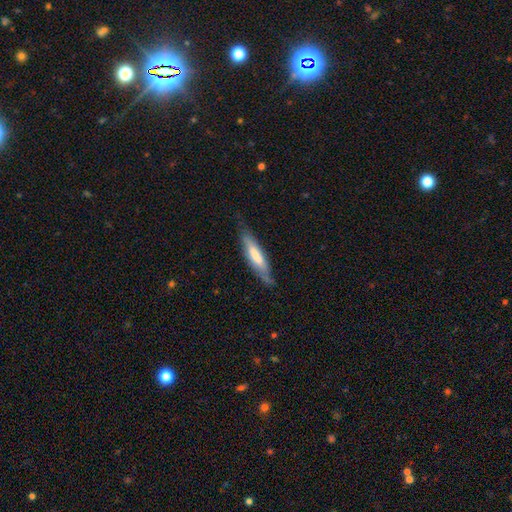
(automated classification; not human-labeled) Q: Smooth or featured?
A: smooth (57%); runner-up: featured or disk (37%)
Q: How rounded?
A: cigar-shaped (77%); runner-up: in between (21%)
Q: Merging?
A: none (73%); runner-up: minor disturbance (20%)